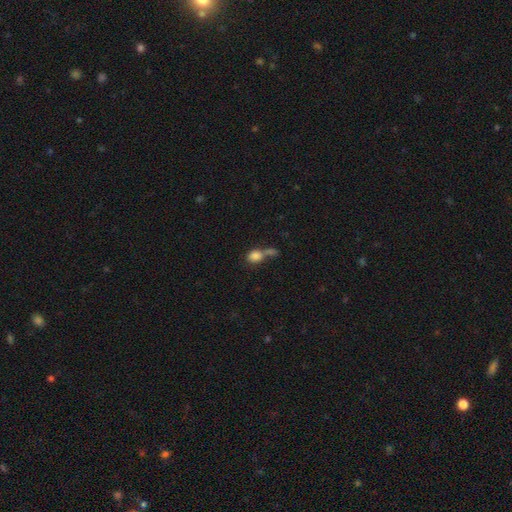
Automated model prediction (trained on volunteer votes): smooth-or-featured: smooth: 83% | star or artifact: 9% | featured or disk: 8%
  how-rounded: in between: 57% | round: 40% | cigar-shaped: 2%
  merging: merger: 54% | none: 29% | minor disturbance: 9% | major disturbance: 7%